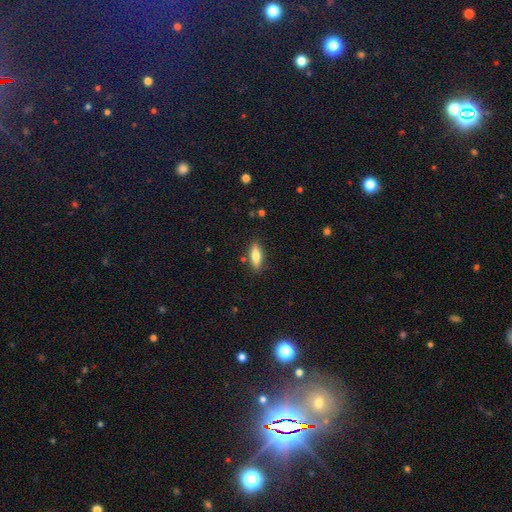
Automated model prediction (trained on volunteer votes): smooth_or_featured: smooth (p=0.68) [alt: featured or disk p=0.26]
how_rounded: in between (p=0.54) [alt: cigar-shaped p=0.43]
merging: none (p=0.85) [alt: minor disturbance p=0.10]